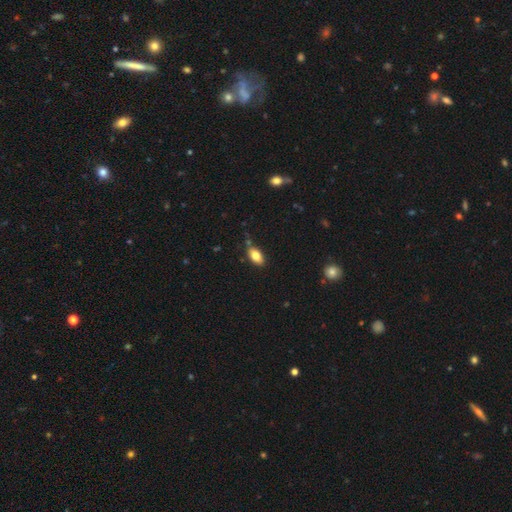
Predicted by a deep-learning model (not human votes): Morphology: type=smooth (79%); roundness=in between (91%); merging=none (77%).